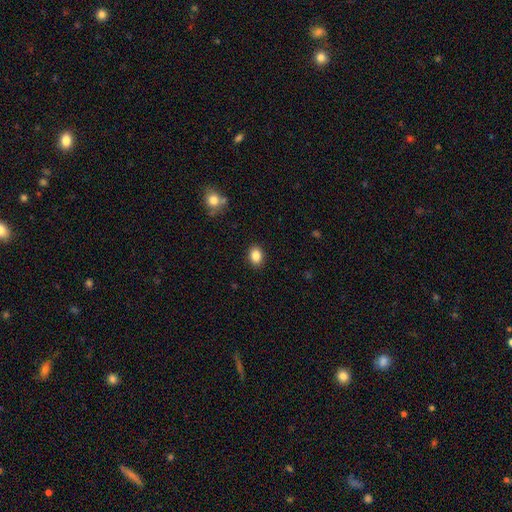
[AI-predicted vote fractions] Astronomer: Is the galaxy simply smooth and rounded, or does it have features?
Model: smooth — 86%.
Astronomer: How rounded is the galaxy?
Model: in between — 68%.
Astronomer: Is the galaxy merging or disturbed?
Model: none — 89%.